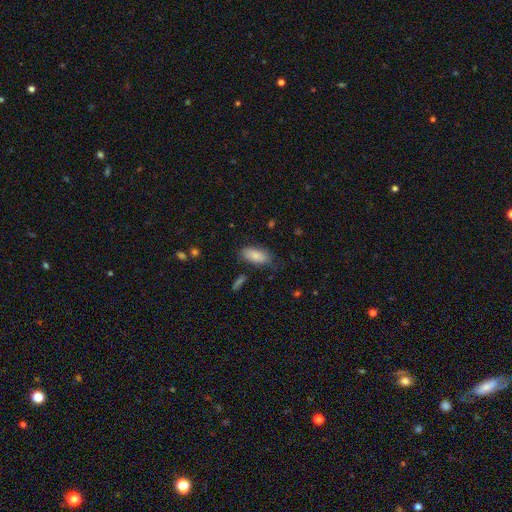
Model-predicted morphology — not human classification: Smooth or featured? smooth (84%)
How rounded? in between (90%)
Merging? none (71%)